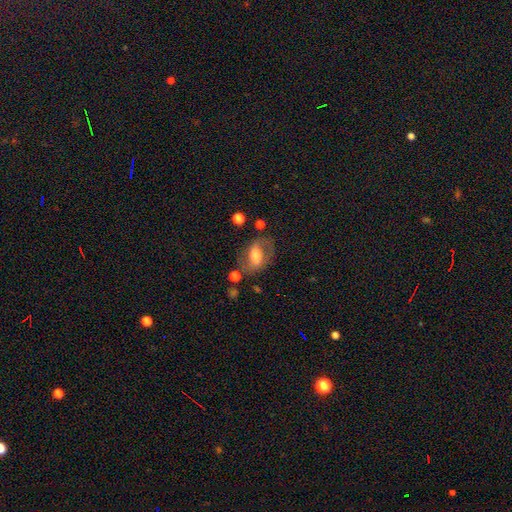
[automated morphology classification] This appears to be a featured or disk galaxy (54%). Merging: none (66%).